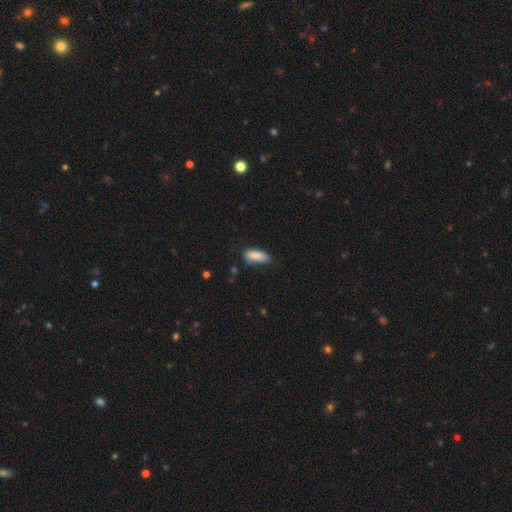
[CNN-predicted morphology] Smooth or featured? smooth (88%)
How rounded? in between (74%)
Merging? none (69%)